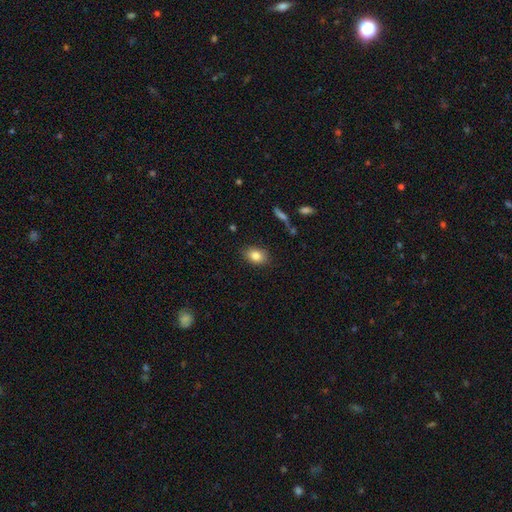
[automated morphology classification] Smooth or featured: smooth — 82% (featured or disk — 9%)
How rounded: in between — 79% (round — 20%)
Merging: none — 84% (minor disturbance — 11%)